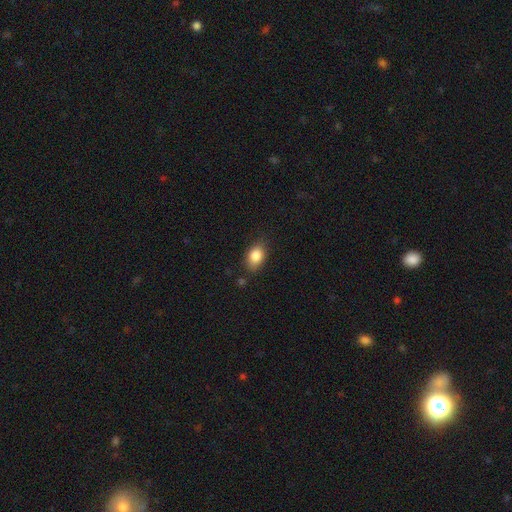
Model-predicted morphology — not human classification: Smooth or featured: smooth — 84% (star or artifact — 8%)
How rounded: in between — 80% (round — 18%)
Merging: none — 77% (minor disturbance — 17%)